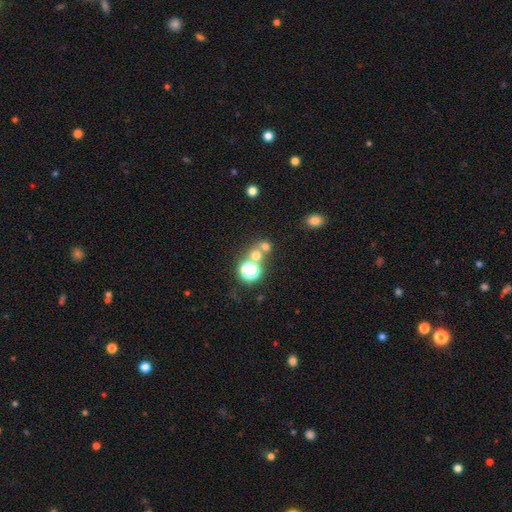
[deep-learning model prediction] This is possibly a smooth galaxy (58%). How rounded: clearly round (82%). Merging: possibly none (50%).